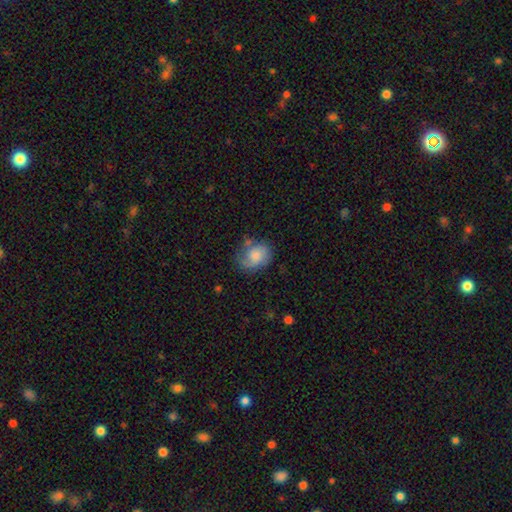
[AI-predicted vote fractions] Smooth or featured?
  - smooth: 61% *
  - featured or disk: 31%
  - star or artifact: 8%
How rounded?
  - in between: 53% *
  - round: 46%
  - cigar-shaped: 1%
Merging?
  - none: 55% *
  - minor disturbance: 28%
  - major disturbance: 12%
  - merger: 5%